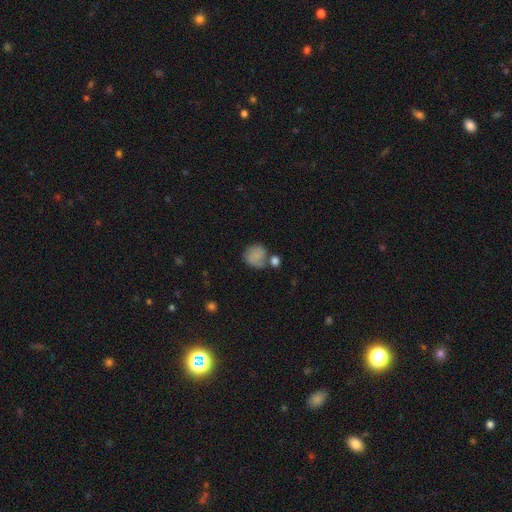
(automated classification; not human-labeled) smooth-or-featured: smooth: 77% | featured or disk: 14% | star or artifact: 10%
  how-rounded: round: 78% | in between: 21% | cigar-shaped: 1%
  merging: none: 48% | merger: 22% | minor disturbance: 20% | major disturbance: 11%